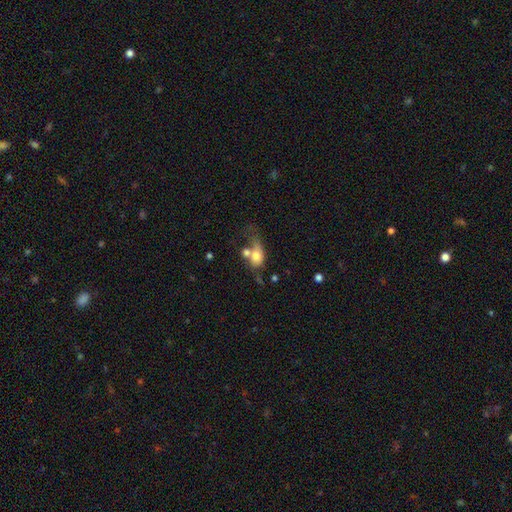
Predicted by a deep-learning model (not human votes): smooth_or_featured: smooth (p=0.67) [alt: featured or disk p=0.24]
how_rounded: in between (p=0.69) [alt: round p=0.28]
merging: merger (p=0.45) [alt: major disturbance p=0.24]